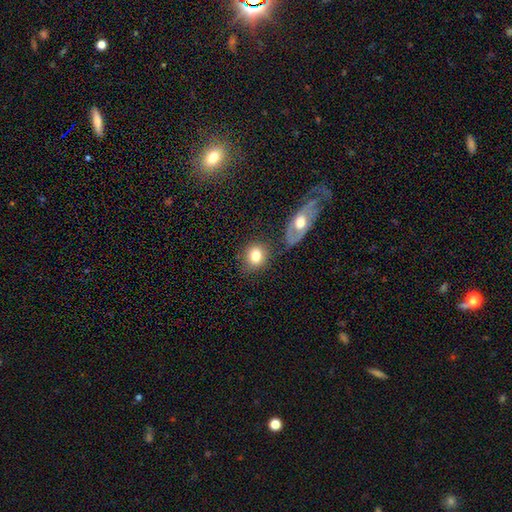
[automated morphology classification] smooth-or-featured: smooth: 78% | featured or disk: 14% | star or artifact: 8%
  how-rounded: round: 66% | in between: 32% | cigar-shaped: 2%
  merging: none: 71% | minor disturbance: 13% | merger: 12% | major disturbance: 5%